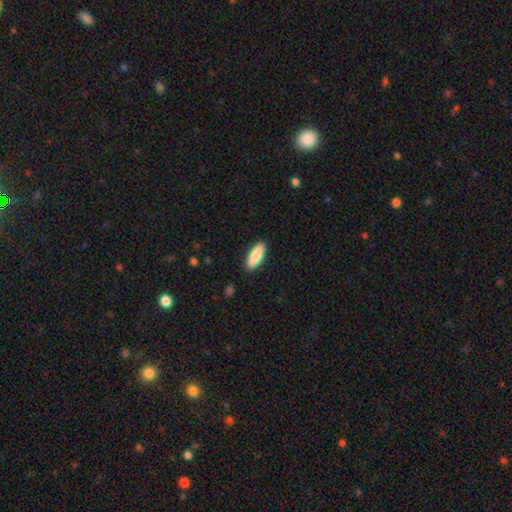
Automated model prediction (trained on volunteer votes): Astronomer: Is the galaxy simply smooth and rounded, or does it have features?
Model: smooth — 86%.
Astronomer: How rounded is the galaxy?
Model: in between — 61% (runner-up: cigar-shaped, 37%).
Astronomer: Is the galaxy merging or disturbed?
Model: none — 90%.